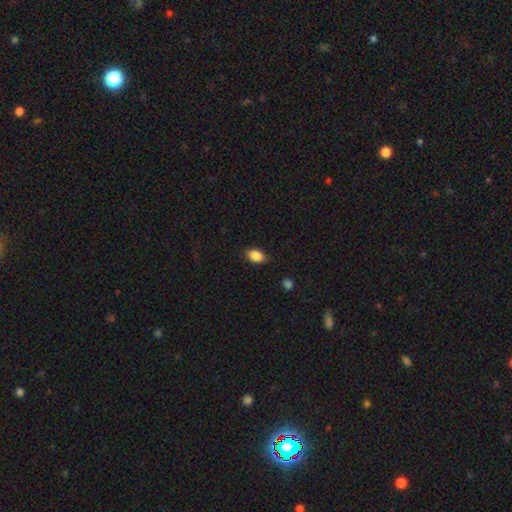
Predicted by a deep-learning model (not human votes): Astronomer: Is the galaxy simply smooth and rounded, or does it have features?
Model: smooth — 87%.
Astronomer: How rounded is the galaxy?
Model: in between — 86%.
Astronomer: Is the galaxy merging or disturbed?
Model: none — 82%.